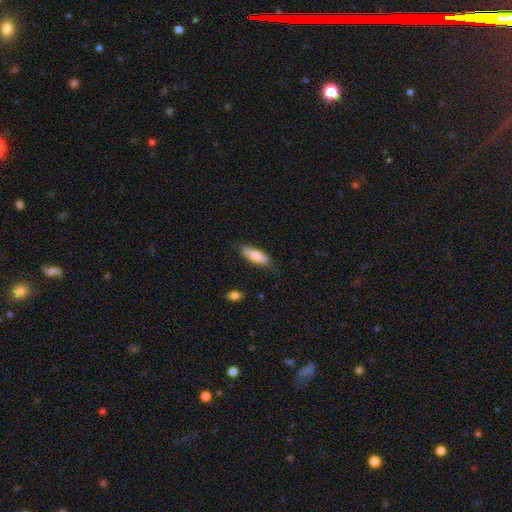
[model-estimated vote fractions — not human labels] Smooth or featured? Predicted: smooth (p=0.79). How rounded? Predicted: in between (p=0.51). Merging? Predicted: none (p=0.82).